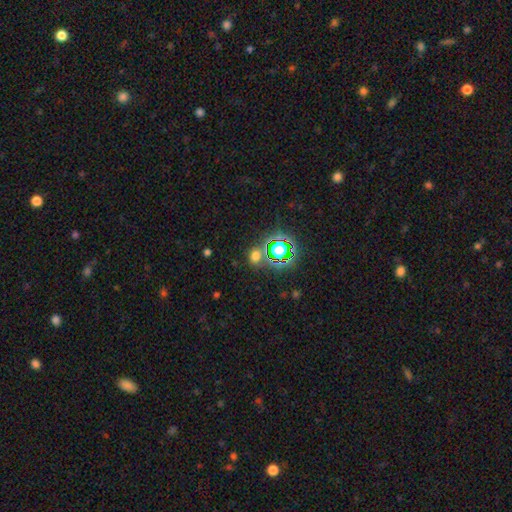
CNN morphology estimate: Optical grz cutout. It shows a smooth galaxy with no disk features (53%) that is round (66%). Merging: none (76%).